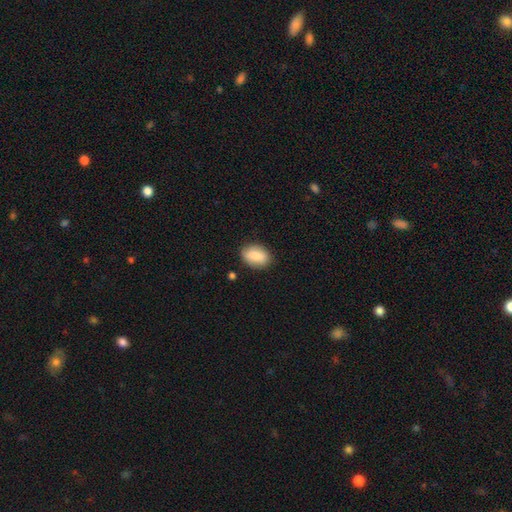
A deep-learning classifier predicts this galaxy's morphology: Smooth or featured?
  - smooth: 84% *
  - featured or disk: 9%
  - star or artifact: 7%
How rounded?
  - in between: 85% *
  - round: 13%
  - cigar-shaped: 2%
Merging?
  - none: 84% *
  - minor disturbance: 12%
  - major disturbance: 3%
  - merger: 2%